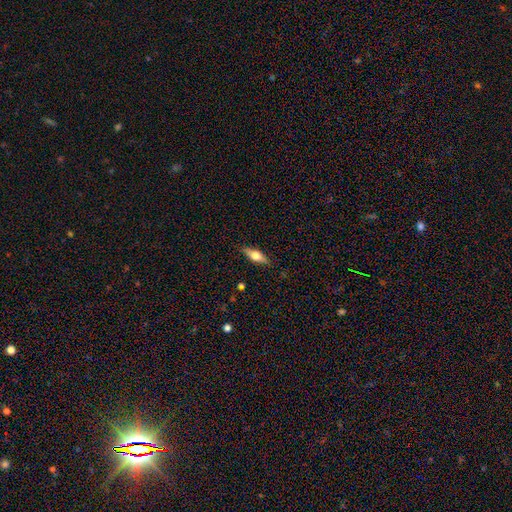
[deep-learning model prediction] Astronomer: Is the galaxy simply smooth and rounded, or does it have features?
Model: smooth — 50% (runner-up: featured or disk, 43%).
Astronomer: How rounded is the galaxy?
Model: in between — 56% (runner-up: cigar-shaped, 40%).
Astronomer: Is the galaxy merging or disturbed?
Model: none — 87%.